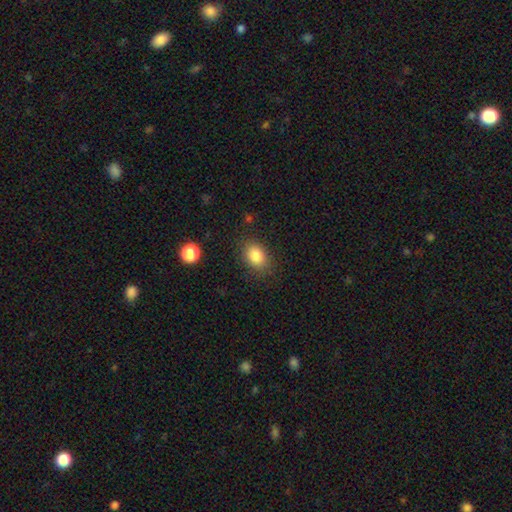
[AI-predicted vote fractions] This appears to be a smooth galaxy with no disk features (84%) that is in between round and cigar-shaped (69%). Merging: none (84%).